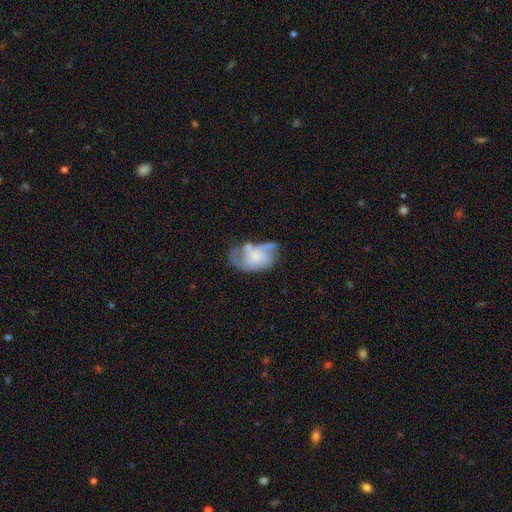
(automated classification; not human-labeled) smooth_or_featured: featured or disk (p=0.69) [alt: smooth p=0.24]
disk_edge_on: no (p=0.97) [alt: yes p=0.03]
bar: no (p=0.73) [alt: weak p=0.23]
has_spiral_arms: yes (p=0.84) [alt: no p=0.16]
spiral_winding: medium (p=0.45) [alt: tight p=0.28]
spiral_arm_count: 2 (p=0.45) [alt: can't tell p=0.23]
bulge_size: small (p=0.56) [alt: moderate p=0.25]
merging: none (p=0.39) [alt: minor disturbance p=0.26]